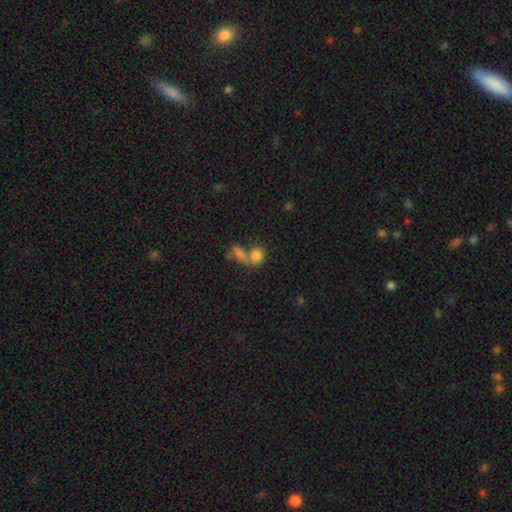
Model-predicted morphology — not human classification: This appears to be a smooth galaxy with no disk features (80%) that is round (60%). Merging: merger (53%).